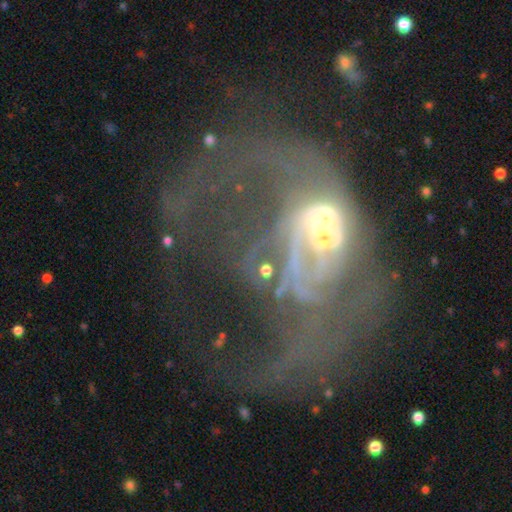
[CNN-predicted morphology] featured or disk 72%, star or artifact 14%, smooth 14%. Down the decision tree: edge-on disk — no (97%); bar — no (70%); spiral arms — yes (53%); bulge size — moderate (45%); merging — major disturbance (52%).